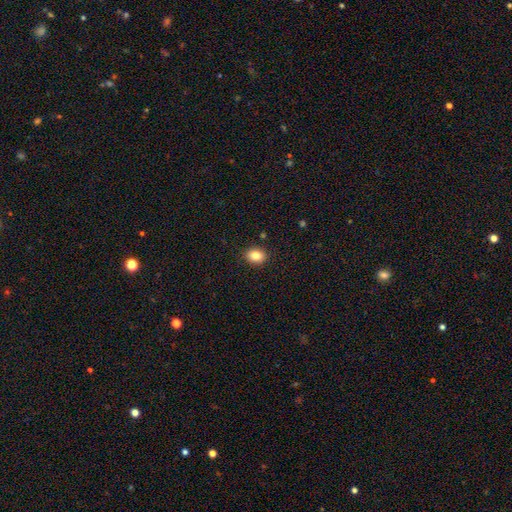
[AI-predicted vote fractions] Smooth or featured: smooth — 84% (star or artifact — 9%)
How rounded: in between — 53% (round — 46%)
Merging: none — 90% (minor disturbance — 7%)